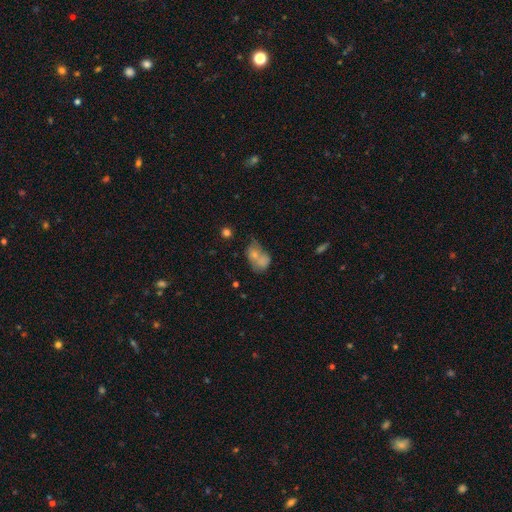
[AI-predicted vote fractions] This is likely a smooth galaxy (69%). How rounded: likely in between (68%). Merging: possibly merger (54%).